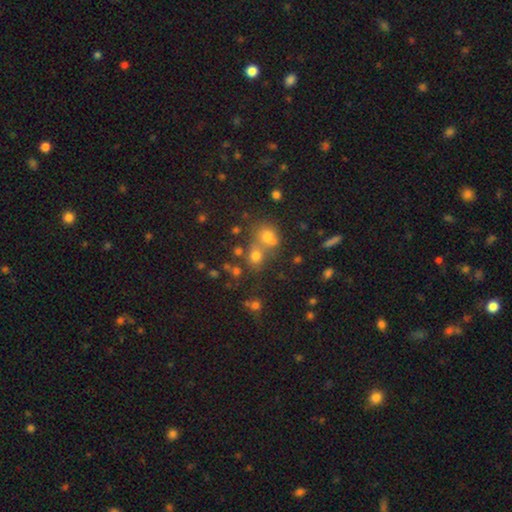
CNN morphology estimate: smooth-or-featured: smooth: 68% | star or artifact: 21% | featured or disk: 11%
  how-rounded: round: 73% | in between: 26% | cigar-shaped: 1%
  merging: none: 48% | merger: 39% | minor disturbance: 9% | major disturbance: 4%